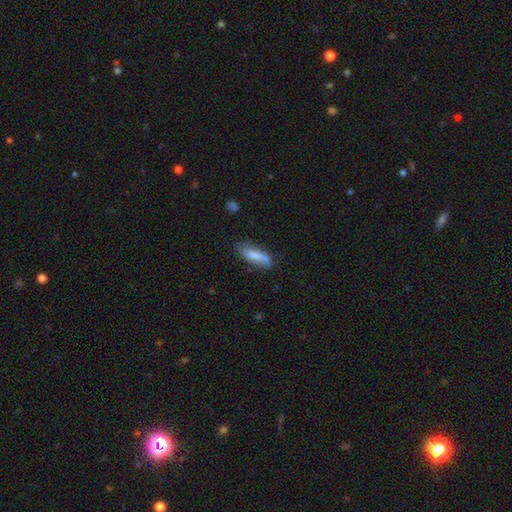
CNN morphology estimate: Smooth or featured? smooth (71%)
How rounded? in between (55%)
Merging? none (59%)